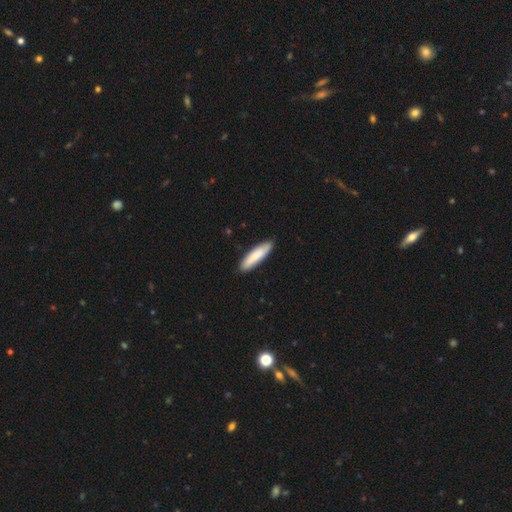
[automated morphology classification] smooth 81%, featured or disk 14%, star or artifact 5%. Down the decision tree: how rounded — cigar-shaped (75%); merging — none (88%).